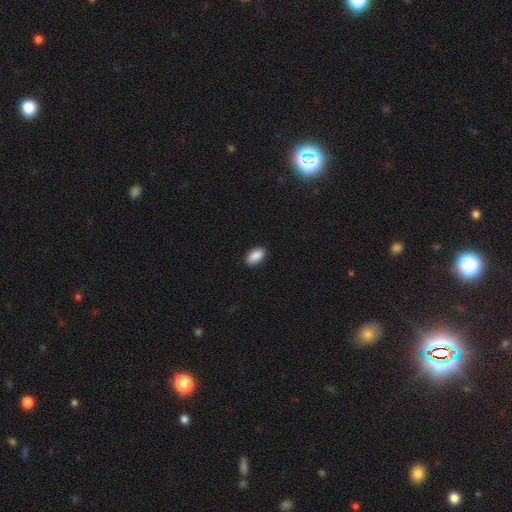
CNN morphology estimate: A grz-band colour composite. It shows a smooth galaxy with no disk features (91%) that is in between round and cigar-shaped (94%). Merging: none (90%).